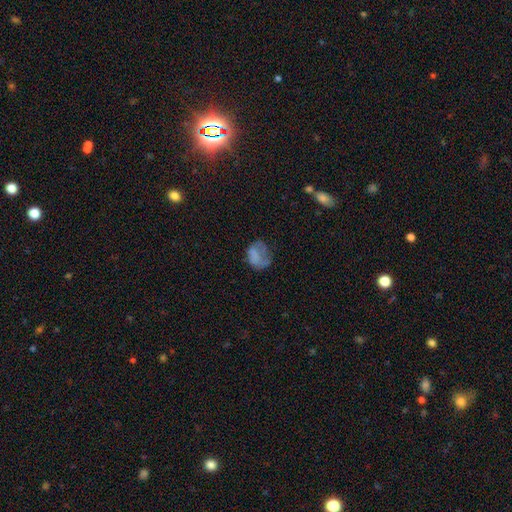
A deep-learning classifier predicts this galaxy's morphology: A smooth galaxy with no disk features (63%) that is round (50%). Merging: none (42%).